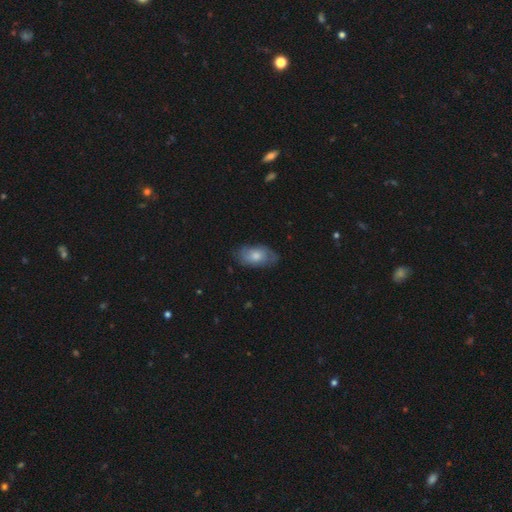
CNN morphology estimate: type=smooth (56%); roundness=in between (92%); merging=none (70%).